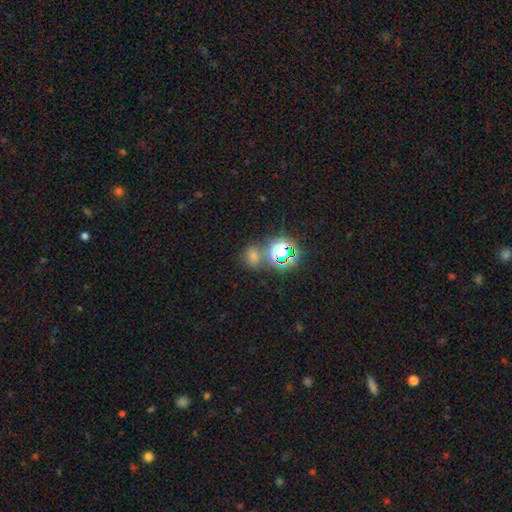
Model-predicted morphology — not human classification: Overall: smooth (49%; star or artifact 43%). Merging: none (62%; merger 22%).